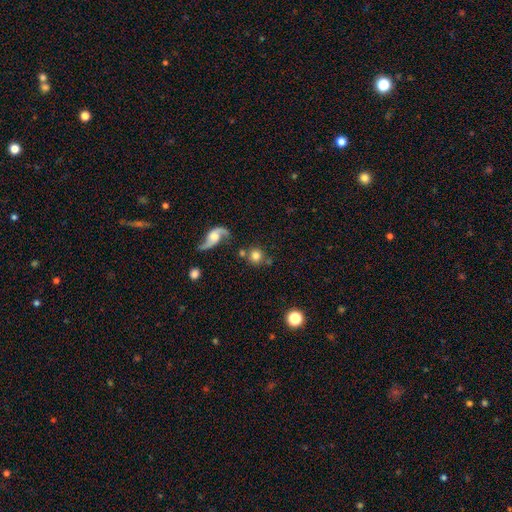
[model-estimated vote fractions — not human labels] A smooth galaxy with no disk features (73%) that is round (91%). Merging: none (71%).